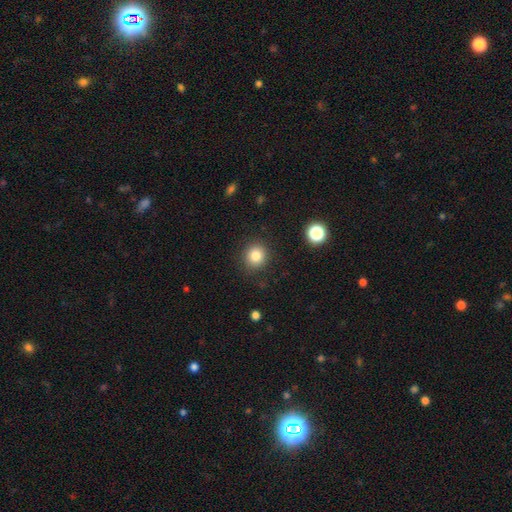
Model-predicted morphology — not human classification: smooth-or-featured: smooth: 82% | star or artifact: 12% | featured or disk: 6%
  how-rounded: round: 89% | in between: 10% | cigar-shaped: 1%
  merging: none: 88% | minor disturbance: 8% | major disturbance: 3% | merger: 1%